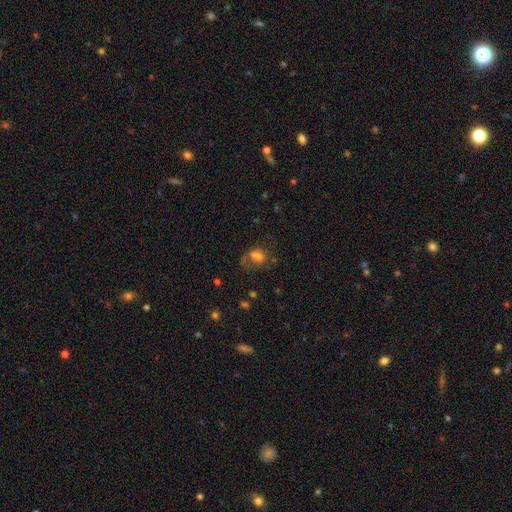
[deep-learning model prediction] Morphology: type=smooth (55%); roundness=in between (54%); merging=merger (44%).